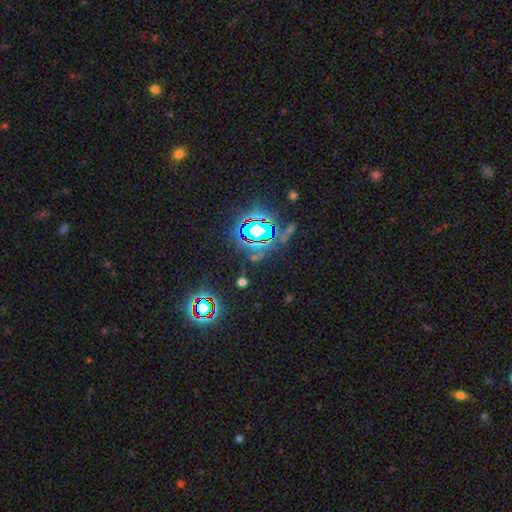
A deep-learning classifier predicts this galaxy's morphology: Smooth or featured: star or artifact — 75% (smooth — 14%)